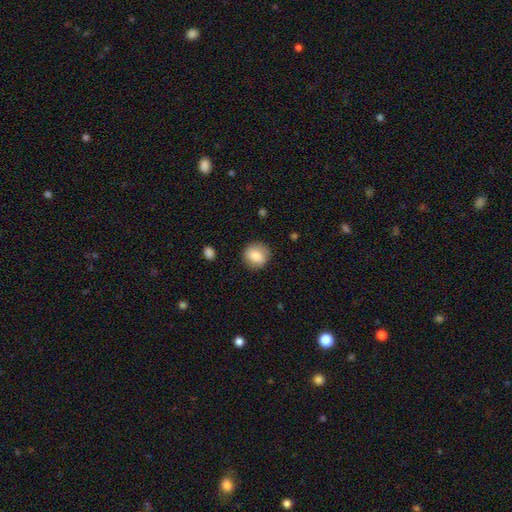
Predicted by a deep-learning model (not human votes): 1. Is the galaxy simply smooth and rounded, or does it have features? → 82% smooth, 10% featured or disk, 8% star or artifact.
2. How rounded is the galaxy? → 85% round, 14% in between, 1% cigar-shaped.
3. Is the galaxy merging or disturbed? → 84% none, 11% minor disturbance, 3% major disturbance, 1% merger.